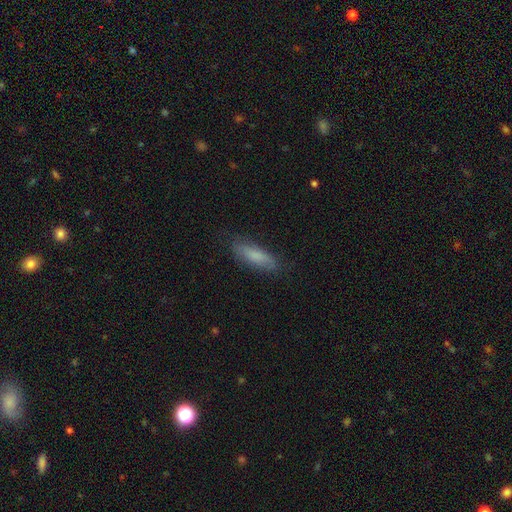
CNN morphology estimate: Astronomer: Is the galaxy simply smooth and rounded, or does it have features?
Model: smooth — 77%.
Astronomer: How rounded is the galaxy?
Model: cigar-shaped — 53% (runner-up: in between, 45%).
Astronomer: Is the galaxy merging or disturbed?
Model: none — 78%.